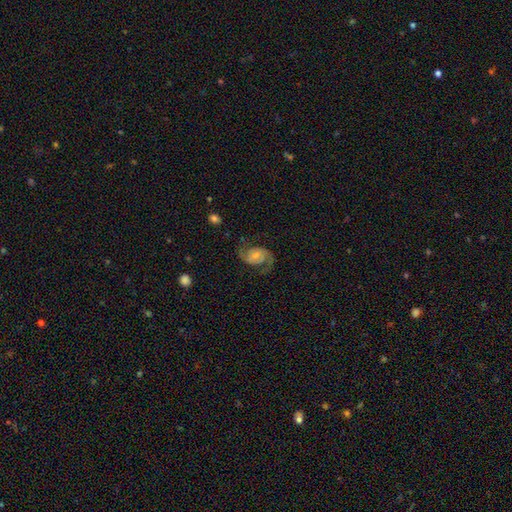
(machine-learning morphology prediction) smooth-or-featured: featured or disk: 84% | smooth: 10% | star or artifact: 6%
  disk-edge-on: no: 98% | yes: 2%
    bar: no: 52% | weak: 38% | strong: 10%
    has-spiral-arms: yes: 96% | no: 4%
      spiral-winding: medium: 50% | loose: 34% | tight: 15%
      spiral-arm-count: 2: 92% | can't tell: 3% | 1: 2% | 3: 1% | 4: 1% | more than 4: 1%
    bulge-size: small: 51% | moderate: 34% | none: 8% | large: 5% | dominant: 2%
  merging: none: 71% | minor disturbance: 16% | major disturbance: 12% | merger: 2%